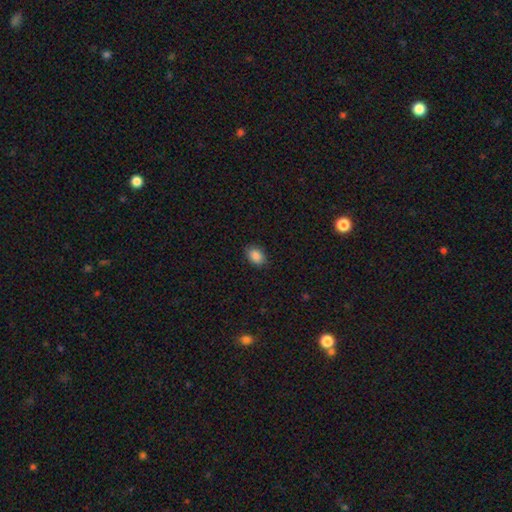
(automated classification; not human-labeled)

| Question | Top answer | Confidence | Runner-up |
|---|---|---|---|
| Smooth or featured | smooth | 88% | star or artifact (8%) |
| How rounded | in between | 73% | round (26%) |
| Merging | none | 87% | minor disturbance (10%) |